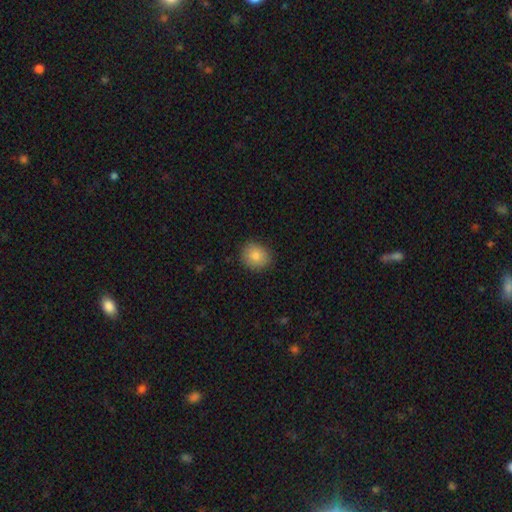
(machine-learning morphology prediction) smooth-or-featured: smooth: 84% | star or artifact: 8% | featured or disk: 8%
  how-rounded: round: 73% | in between: 26% | cigar-shaped: 1%
  merging: none: 86% | minor disturbance: 11% | major disturbance: 2% | merger: 1%